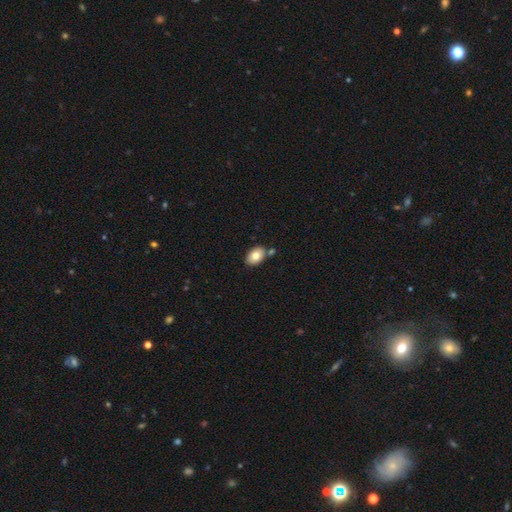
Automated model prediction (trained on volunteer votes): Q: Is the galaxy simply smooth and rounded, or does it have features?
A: smooth — 77%.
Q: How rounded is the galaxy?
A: in between — 86%.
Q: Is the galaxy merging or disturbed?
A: none — 73%.